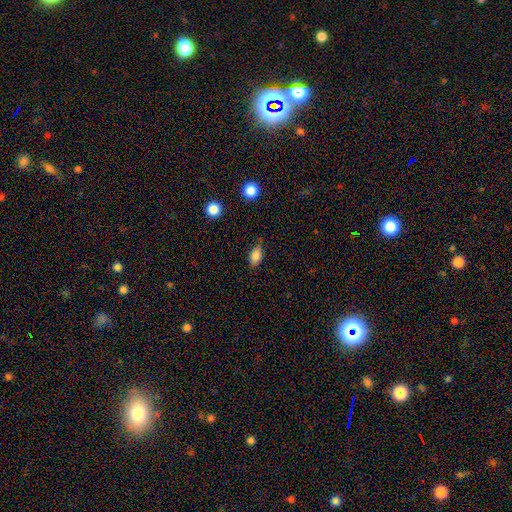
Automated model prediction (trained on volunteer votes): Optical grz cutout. It shows a smooth galaxy with no disk features (82%) that is in between round and cigar-shaped (86%). Merging: none (75%).